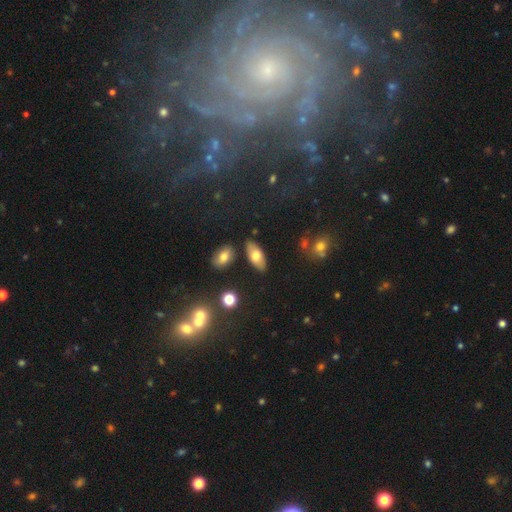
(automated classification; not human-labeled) smooth_or_featured: smooth (p=0.72) [alt: featured or disk p=0.20]
how_rounded: in between (p=0.89) [alt: cigar-shaped p=0.08]
merging: none (p=0.83) [alt: minor disturbance p=0.10]